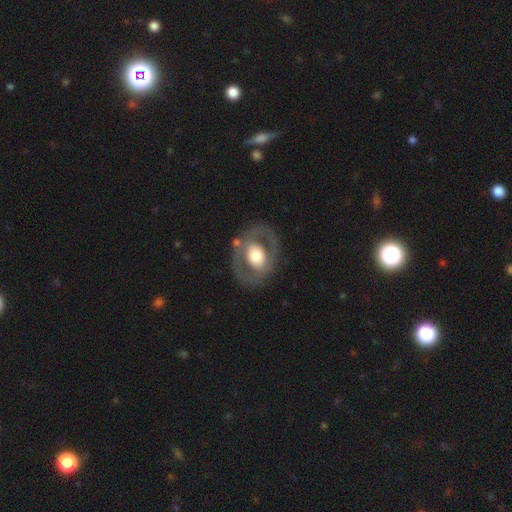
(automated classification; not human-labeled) Overall: featured or disk (57%; smooth 37%). Edge-on disk: no (94%). Bar: no (73%). Spiral arms: no (75%). Bulge size: large (45%; moderate 44%). Merging: none (74%).